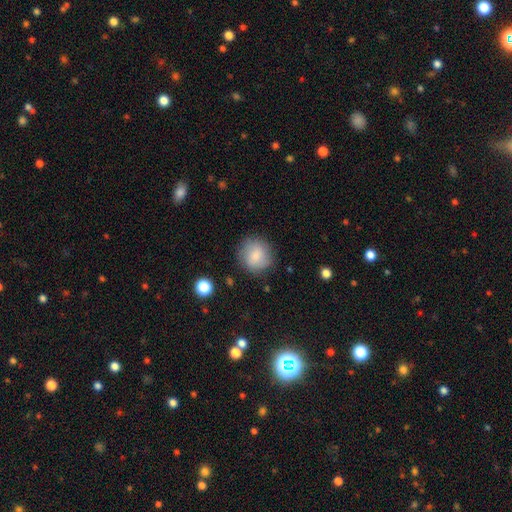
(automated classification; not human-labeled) A smooth galaxy with no disk features (78%) that is round (91%). Merging: none (82%).